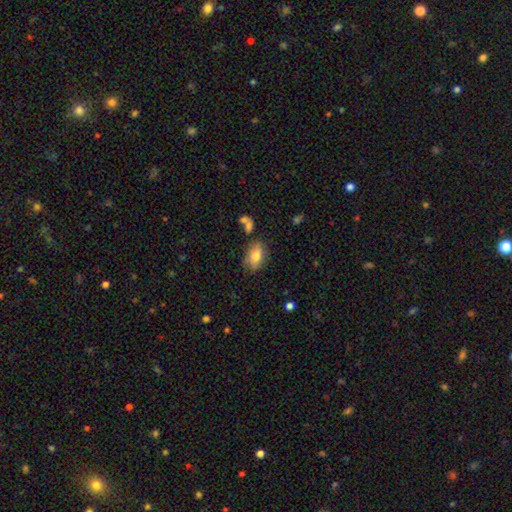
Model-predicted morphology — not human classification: A smooth galaxy with no disk features (76%) that is in between round and cigar-shaped (88%). Merging: none (71%).